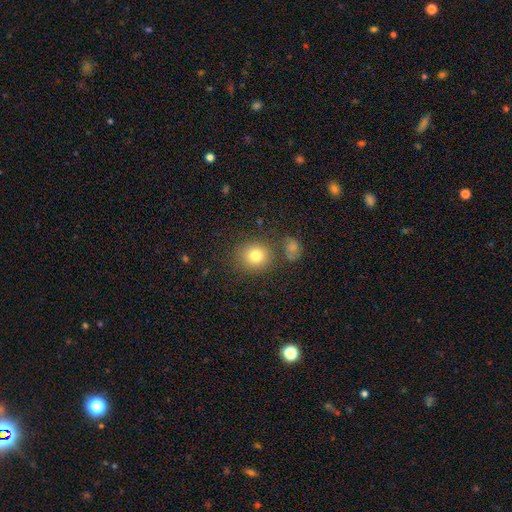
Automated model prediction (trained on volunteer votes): The model was most divided on "how rounded": round: 82%, in between: 18%, cigar-shaped: 1%. More confident: merging — none (79%); smooth or featured — smooth (79%).